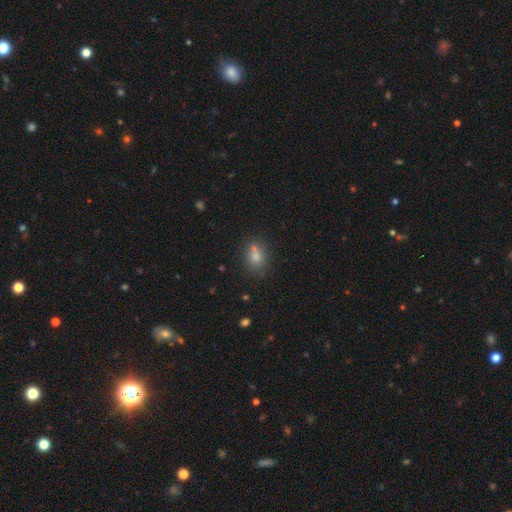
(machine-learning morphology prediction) type=smooth (75%); roundness=in between (55%); merging=none (56%).